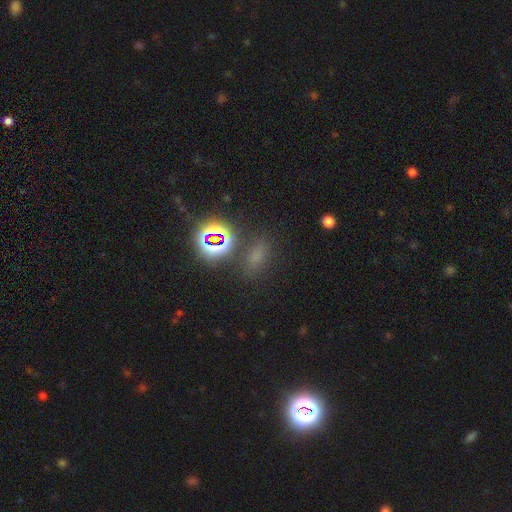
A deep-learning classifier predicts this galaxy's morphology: The model was most divided on "smooth or featured": smooth: 55%, star or artifact: 38%, featured or disk: 8%. More confident: merging — none (76%); how rounded — in between (71%).